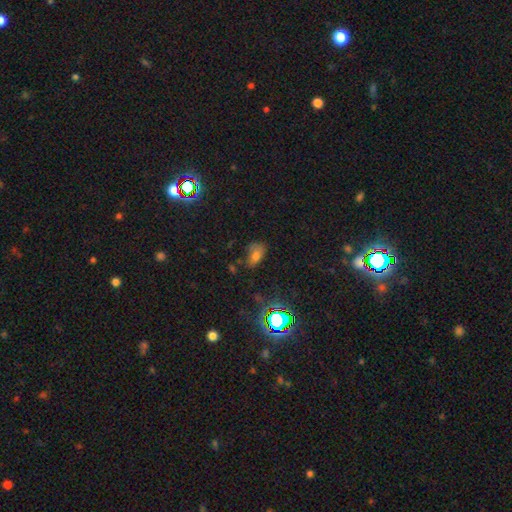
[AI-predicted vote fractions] Smooth or featured?
  - smooth: 65% *
  - star or artifact: 23%
  - featured or disk: 12%
How rounded?
  - in between: 86% *
  - round: 10%
  - cigar-shaped: 4%
Merging?
  - none: 52% *
  - minor disturbance: 28%
  - major disturbance: 14%
  - merger: 5%